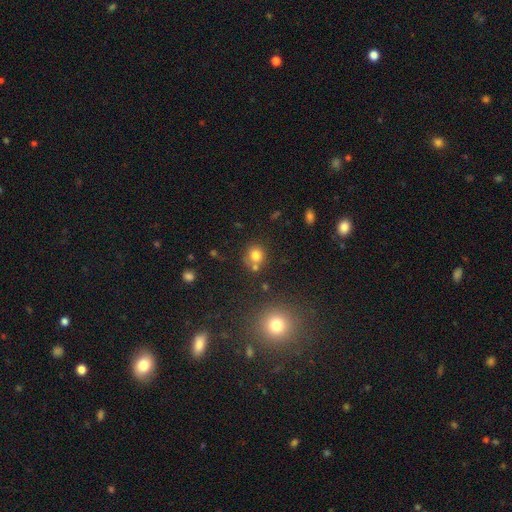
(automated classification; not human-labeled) Smooth or featured? smooth (77%)
How rounded? round (85%)
Merging? none (60%)